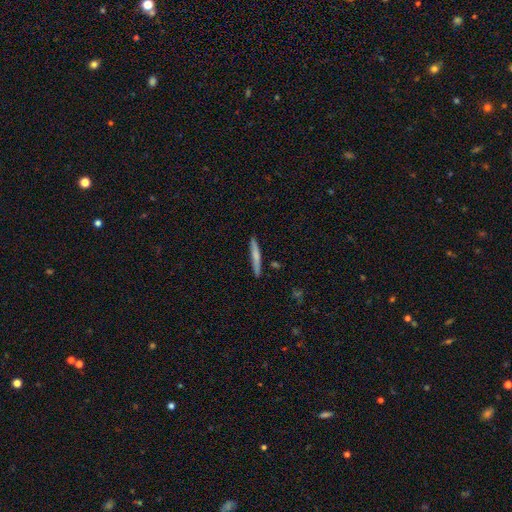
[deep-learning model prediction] smooth 63%, featured or disk 31%, star or artifact 6%. Down the decision tree: how rounded — cigar-shaped (95%); merging — none (87%).